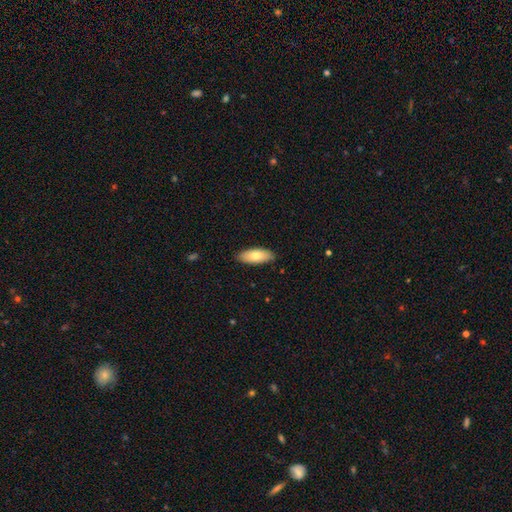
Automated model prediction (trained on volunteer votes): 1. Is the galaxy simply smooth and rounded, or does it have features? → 77% smooth, 17% featured or disk, 6% star or artifact.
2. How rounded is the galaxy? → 81% in between, 17% cigar-shaped, 2% round.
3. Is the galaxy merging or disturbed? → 87% none, 11% minor disturbance, 2% major disturbance, 1% merger.